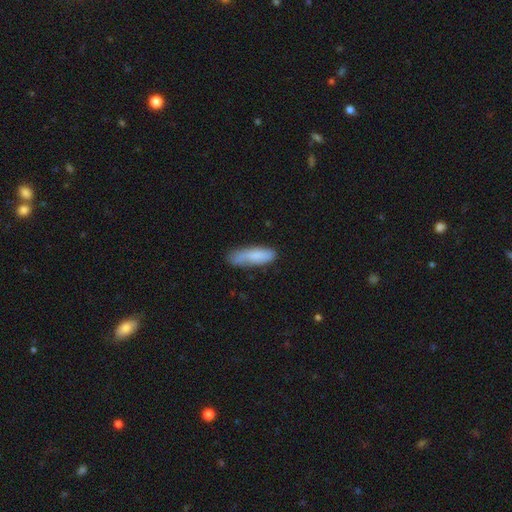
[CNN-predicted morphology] This is likely a smooth galaxy (78%). How rounded: possibly cigar-shaped (52%). Merging: likely none (62%).